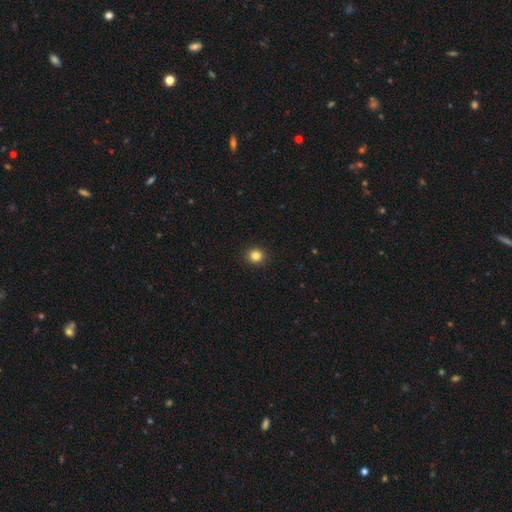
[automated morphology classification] smooth 84%, star or artifact 12%, featured or disk 4%. Down the decision tree: how rounded — round (88%); merging — none (93%).